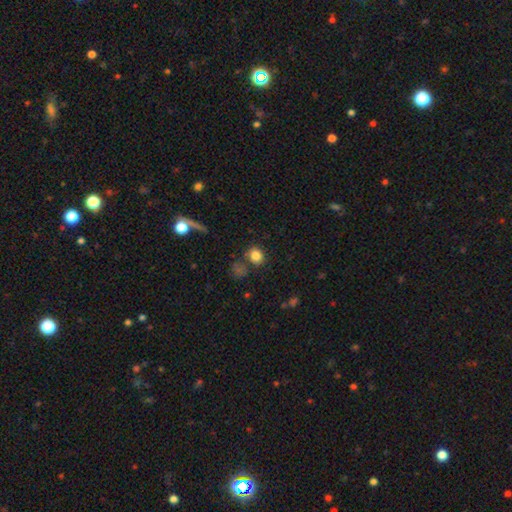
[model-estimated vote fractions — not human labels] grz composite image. It shows a smooth galaxy with no disk features (82%) that is round (73%). Merging: none (71%).